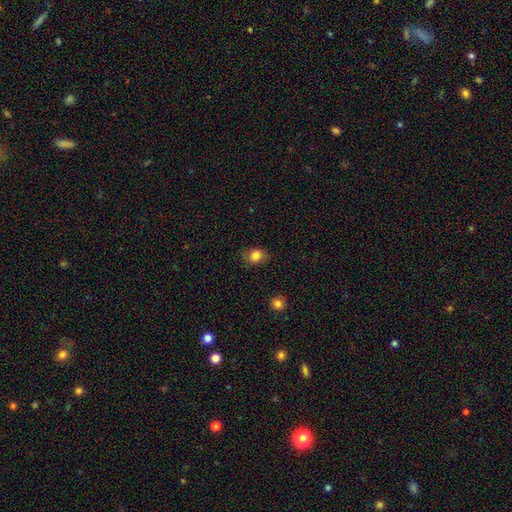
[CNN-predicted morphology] Overall: smooth (83%). How rounded: in between (51%; round 48%). Merging: none (77%).